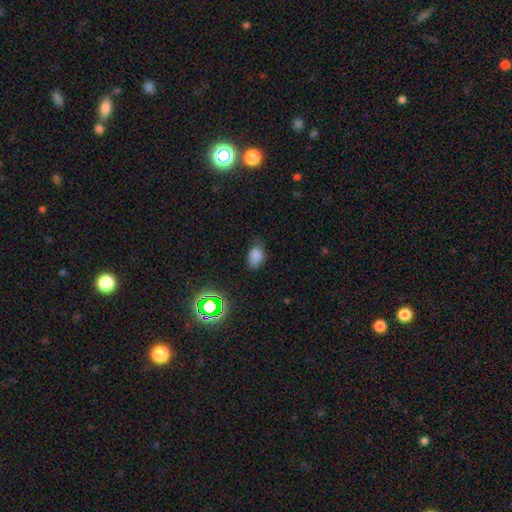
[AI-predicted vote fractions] Smooth or featured: smooth — 79% (star or artifact — 15%)
How rounded: in between — 82% (round — 17%)
Merging: none — 70% (minor disturbance — 23%)